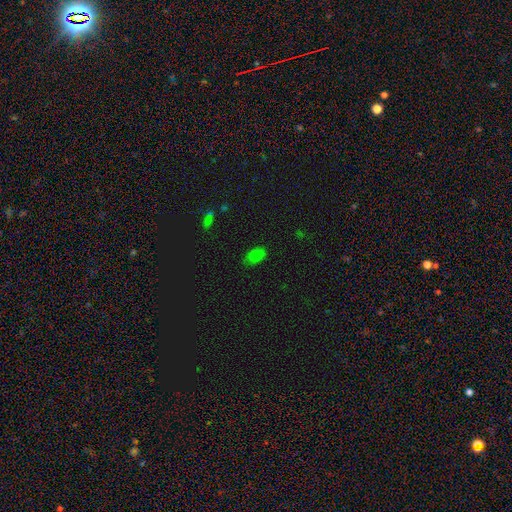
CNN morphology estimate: A smooth galaxy with no disk features (80%) that is in between round and cigar-shaped (89%). Merging: none (79%).